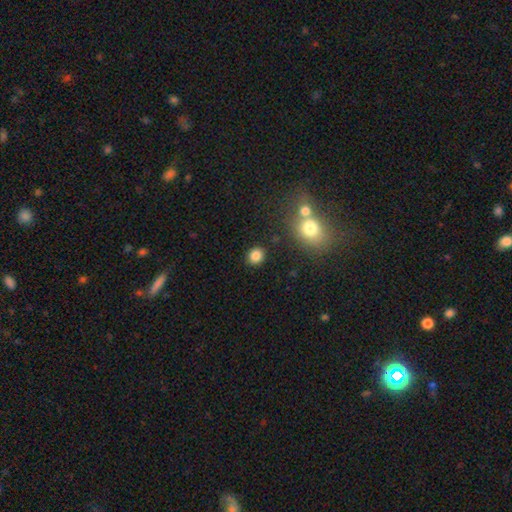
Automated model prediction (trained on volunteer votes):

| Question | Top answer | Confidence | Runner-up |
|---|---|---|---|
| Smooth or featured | smooth | 83% | star or artifact (11%) |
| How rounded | round | 76% | in between (23%) |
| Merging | none | 87% | minor disturbance (7%) |